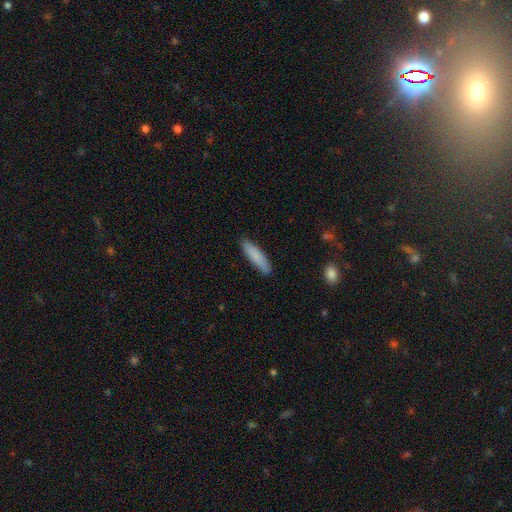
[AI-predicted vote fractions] This appears to be a smooth galaxy with no disk features (84%) that is cigar-shaped (76%). Merging: none (89%).